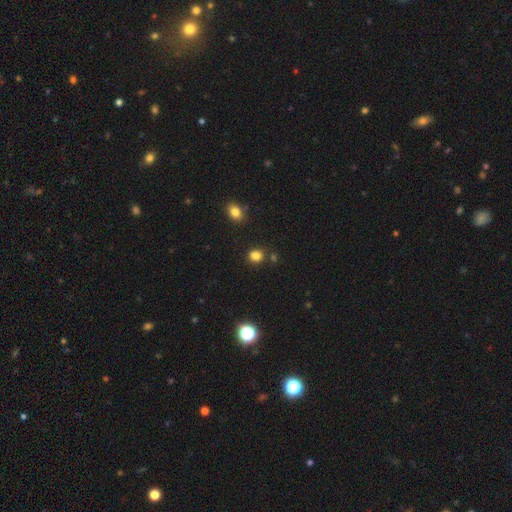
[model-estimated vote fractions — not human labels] smooth_or_featured: smooth (p=0.81) [alt: star or artifact p=0.15]
how_rounded: round (p=0.66) [alt: in between p=0.33]
merging: none (p=0.80) [alt: minor disturbance p=0.10]